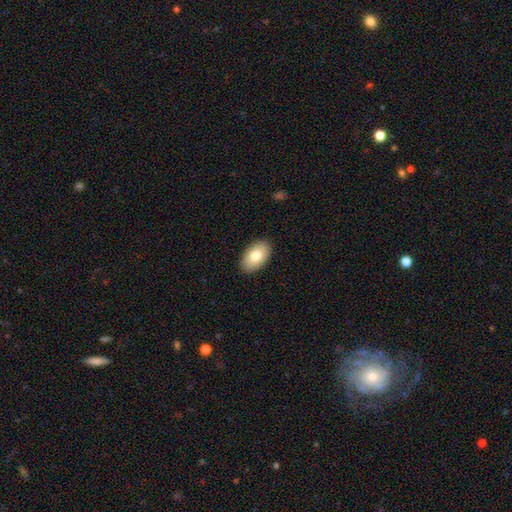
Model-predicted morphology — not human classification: Q: Smooth or featured?
A: smooth (80%); runner-up: featured or disk (13%)
Q: How rounded?
A: in between (94%); runner-up: round (4%)
Q: Merging?
A: none (90%); runner-up: minor disturbance (8%)